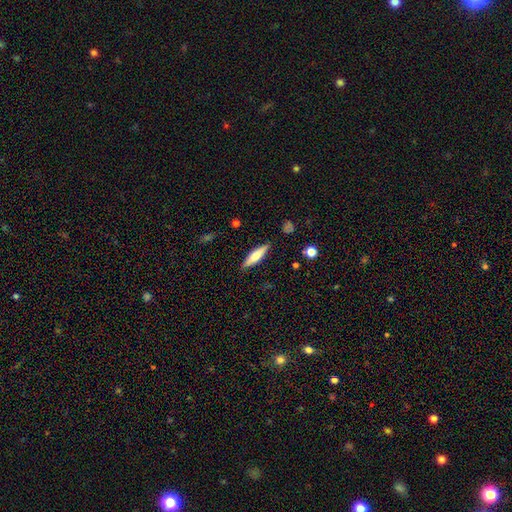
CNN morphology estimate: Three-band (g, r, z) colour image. It shows a smooth galaxy with no disk features (53%) that is cigar-shaped (68%). Merging: none (87%).